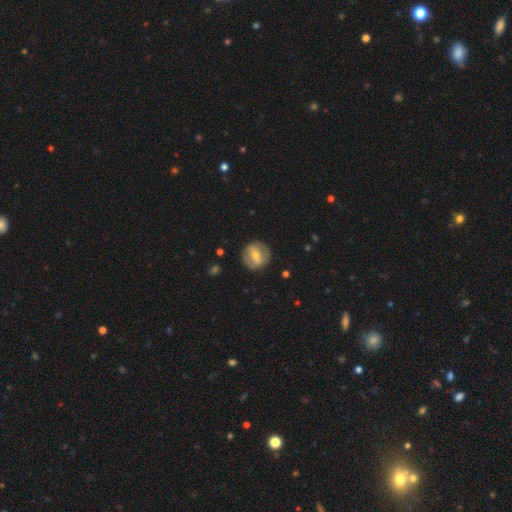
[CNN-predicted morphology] Overall: featured or disk (53%; smooth 40%). Edge-on disk: no (90%). Merging: none (85%).